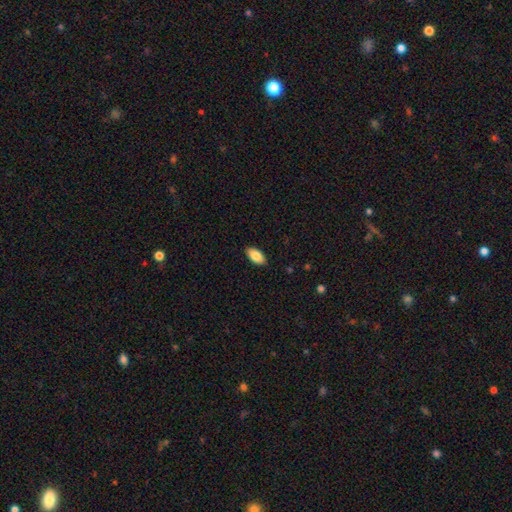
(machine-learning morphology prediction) Q: Smooth or featured?
A: smooth (85%); runner-up: featured or disk (8%)
Q: How rounded?
A: in between (94%); runner-up: cigar-shaped (3%)
Q: Merging?
A: none (89%); runner-up: minor disturbance (9%)